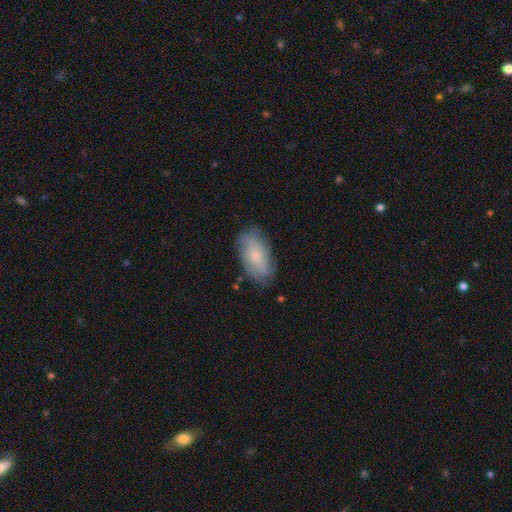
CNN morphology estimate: Smooth or featured? Predicted: smooth (p=0.54). How rounded? Predicted: in between (p=0.91). Merging? Predicted: none (p=0.73).